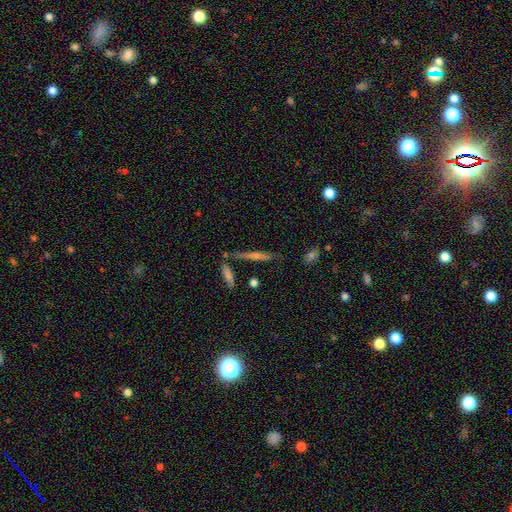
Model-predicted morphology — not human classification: Smooth or featured? Predicted: featured or disk (p=0.54). Edge-on disk? Predicted: yes (p=0.94). Edge-on bulge? Predicted: rounded (p=0.57). Merging? Predicted: none (p=0.79).